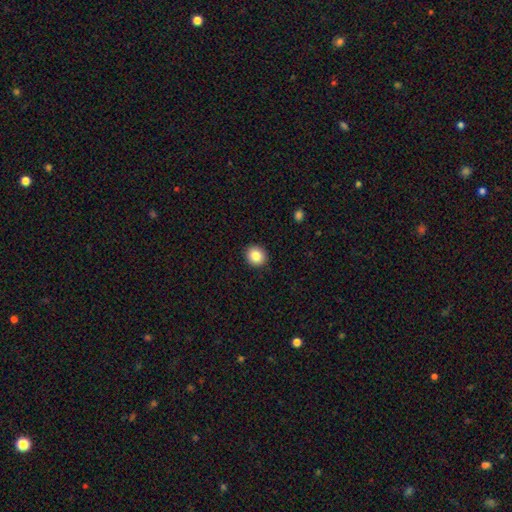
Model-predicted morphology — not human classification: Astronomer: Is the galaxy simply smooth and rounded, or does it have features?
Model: smooth — 85%.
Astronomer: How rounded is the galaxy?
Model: round — 83%.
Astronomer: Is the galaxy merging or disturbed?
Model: none — 92%.